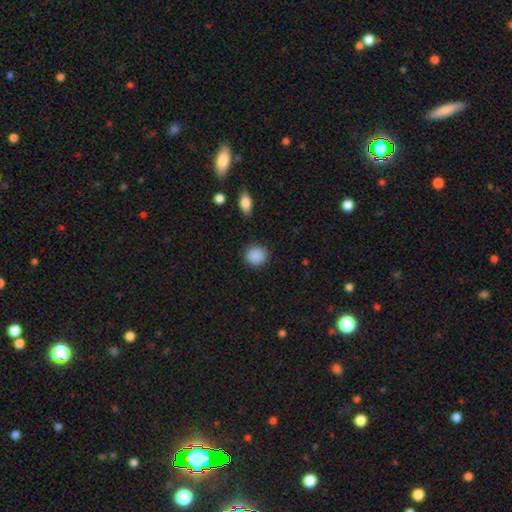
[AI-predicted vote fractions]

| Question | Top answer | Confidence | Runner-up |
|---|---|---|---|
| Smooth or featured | smooth | 89% | star or artifact (8%) |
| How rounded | round | 87% | in between (12%) |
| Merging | none | 89% | minor disturbance (7%) |